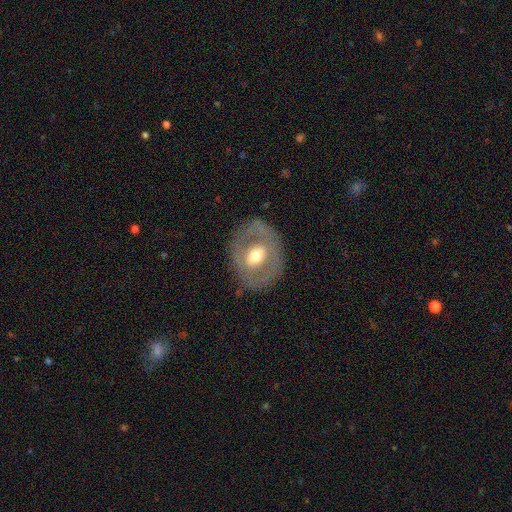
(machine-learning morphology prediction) Smooth or featured?
  - featured or disk: 57% *
  - smooth: 37%
  - star or artifact: 6%
Edge-on disk?
  - no: 93% *
  - yes: 7%
Bar?
  - no: 53% *
  - weak: 31%
  - strong: 16%
Spiral arms?
  - no: 81% *
  - yes: 19%
Bulge size?
  - moderate: 66% *
  - large: 21%
  - small: 10%
  - dominant: 2%
  - none: 1%
Merging?
  - none: 77% *
  - minor disturbance: 14%
  - major disturbance: 8%
  - merger: 1%